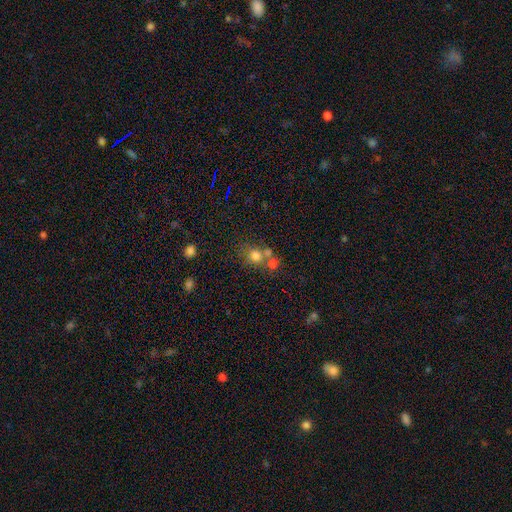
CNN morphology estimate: Overall: smooth (71%). How rounded: round (79%). Merging: none (46%; merger 42%).